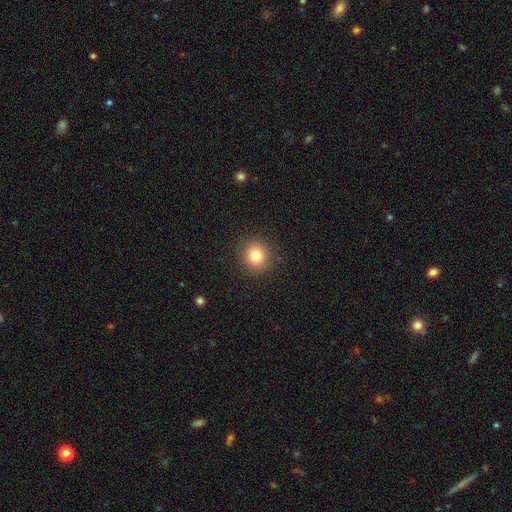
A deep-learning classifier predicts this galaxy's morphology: The model was most divided on "smooth or featured": smooth: 82%, star or artifact: 11%, featured or disk: 7%. More confident: merging — none (91%); how rounded — round (90%).